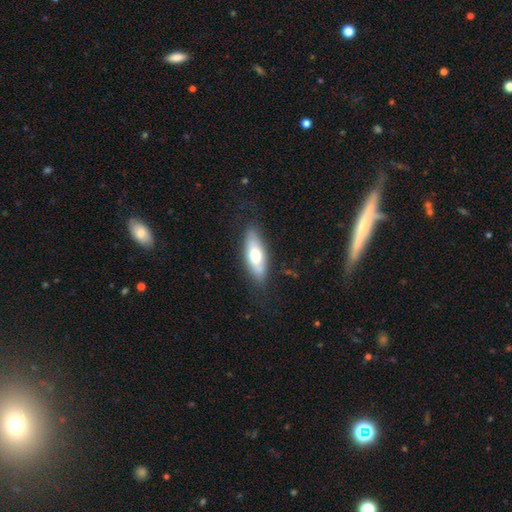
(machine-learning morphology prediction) type=smooth (62%); roundness=in between (66%); merging=none (79%).